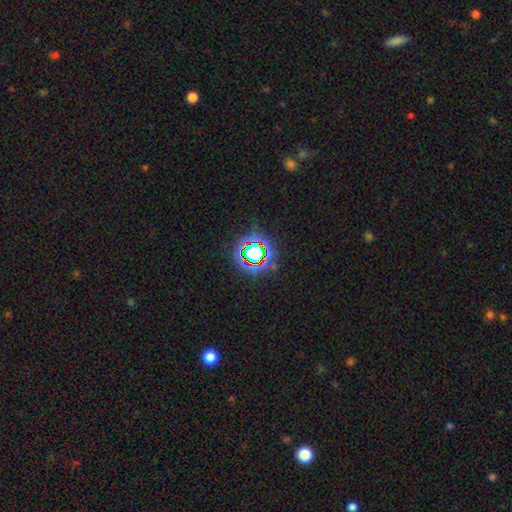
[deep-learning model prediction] The model was most divided on "smooth or featured": star or artifact: 67%, smooth: 22%, featured or disk: 11%.